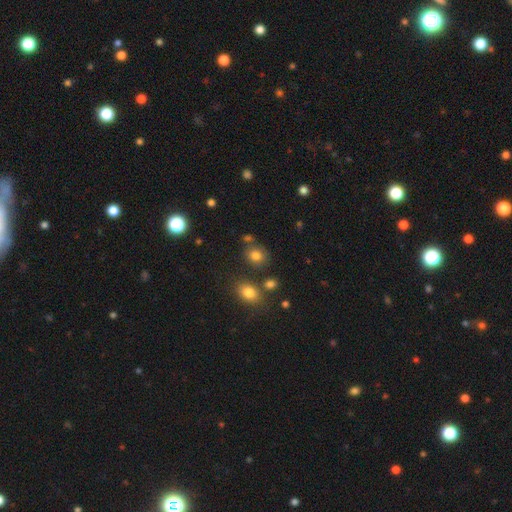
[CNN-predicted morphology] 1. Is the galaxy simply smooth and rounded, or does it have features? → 79% smooth, 14% star or artifact, 7% featured or disk.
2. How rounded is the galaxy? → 62% round, 37% in between, 1% cigar-shaped.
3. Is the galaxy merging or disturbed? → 72% none, 13% minor disturbance, 10% merger, 4% major disturbance.